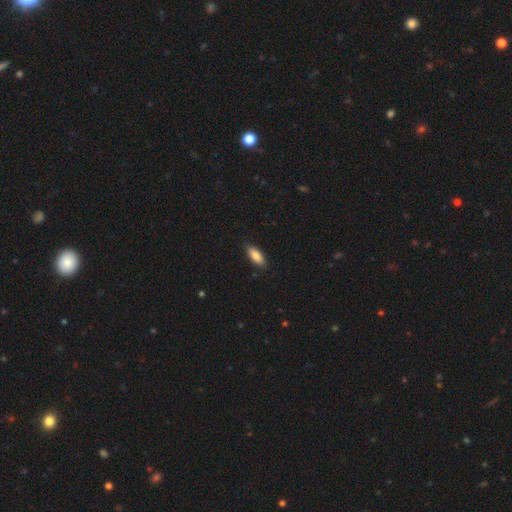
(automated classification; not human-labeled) Morphology: type=smooth (84%); roundness=in between (78%); merging=none (87%).